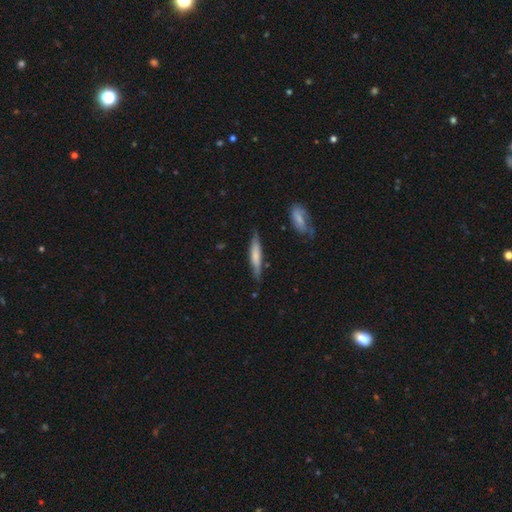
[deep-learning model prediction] Smooth or featured: smooth — 64% (featured or disk — 30%)
How rounded: cigar-shaped — 86% (in between — 13%)
Merging: none — 78% (minor disturbance — 16%)